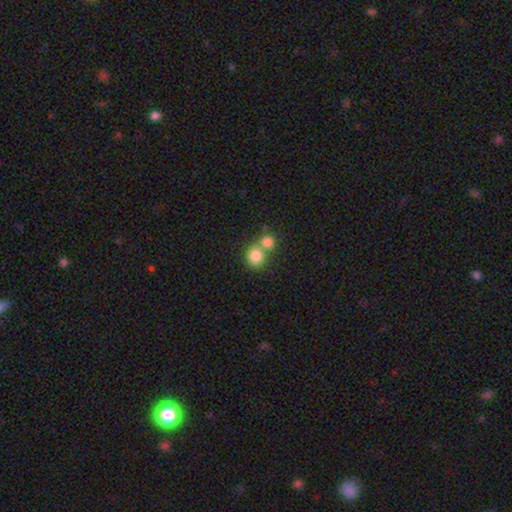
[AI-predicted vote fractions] smooth 82%, star or artifact 10%, featured or disk 8%. Down the decision tree: how rounded — round (83%); merging — merger (49%).